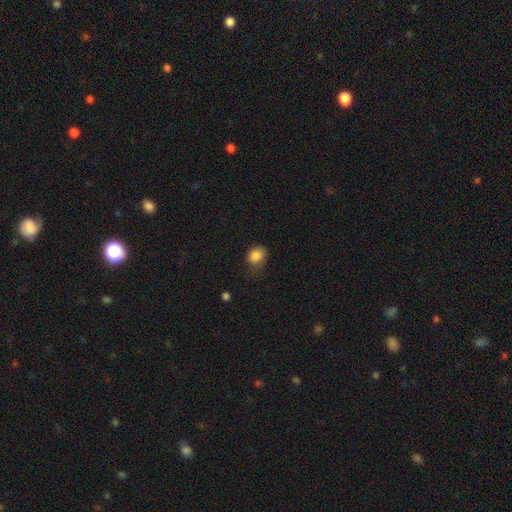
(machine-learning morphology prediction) This is clearly a smooth galaxy (86%). How rounded: possibly round (52%). Merging: possibly none (58%).